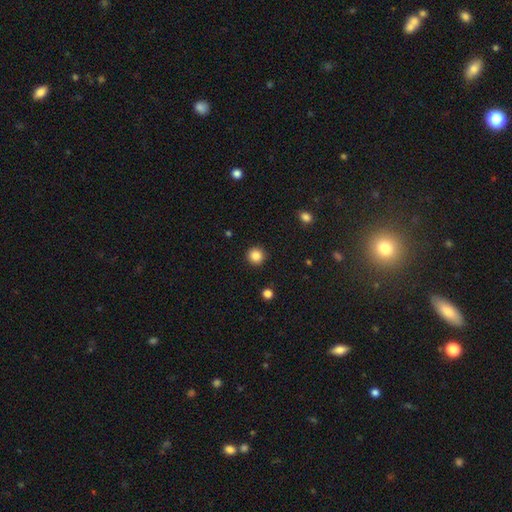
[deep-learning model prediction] Smooth or featured?
  - smooth: 86% *
  - star or artifact: 10%
  - featured or disk: 4%
How rounded?
  - round: 95% *
  - in between: 4%
  - cigar-shaped: 1%
Merging?
  - none: 92% *
  - minor disturbance: 5%
  - major disturbance: 2%
  - merger: 1%